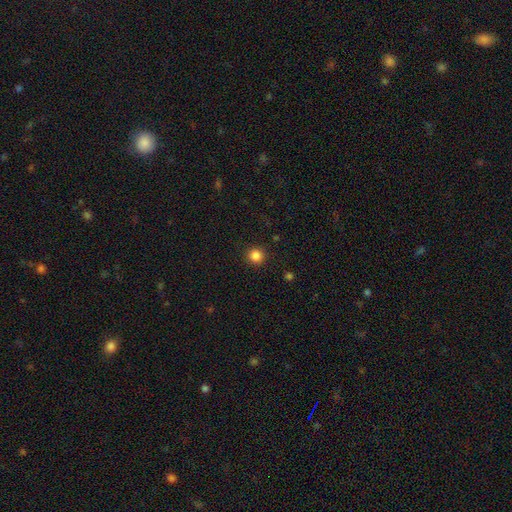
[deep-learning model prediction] smooth_or_featured: smooth (p=0.85) [alt: star or artifact p=0.12]
how_rounded: round (p=0.95) [alt: in between p=0.04]
merging: none (p=0.92) [alt: minor disturbance p=0.05]